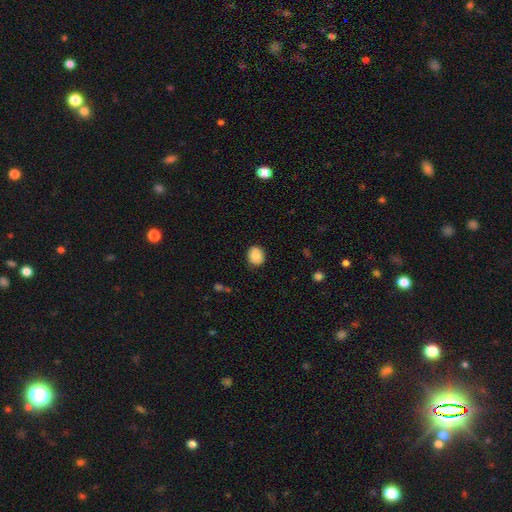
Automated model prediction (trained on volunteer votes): Q: Smooth or featured?
A: smooth (84%); runner-up: star or artifact (8%)
Q: How rounded?
A: round (68%); runner-up: in between (31%)
Q: Merging?
A: none (86%); runner-up: minor disturbance (11%)